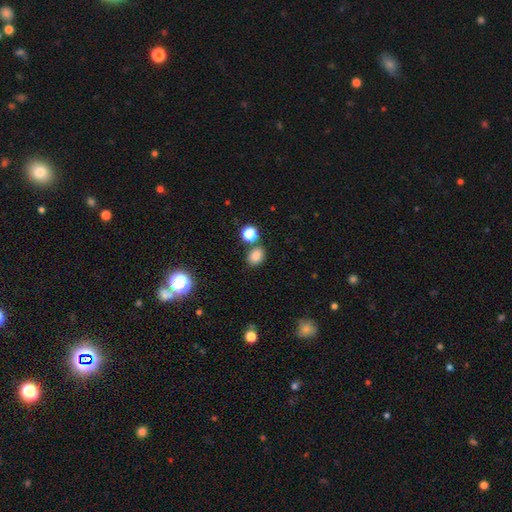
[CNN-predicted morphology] type=smooth (82%); roundness=in between (56%); merging=none (72%).